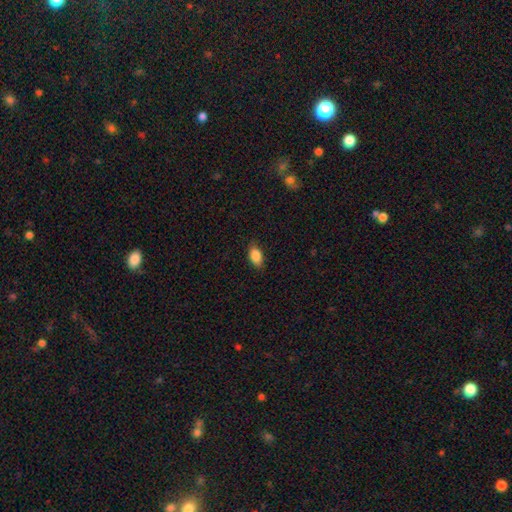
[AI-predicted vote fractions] smooth 87%, star or artifact 7%, featured or disk 6%. Down the decision tree: how rounded — in between (89%); merging — none (81%).